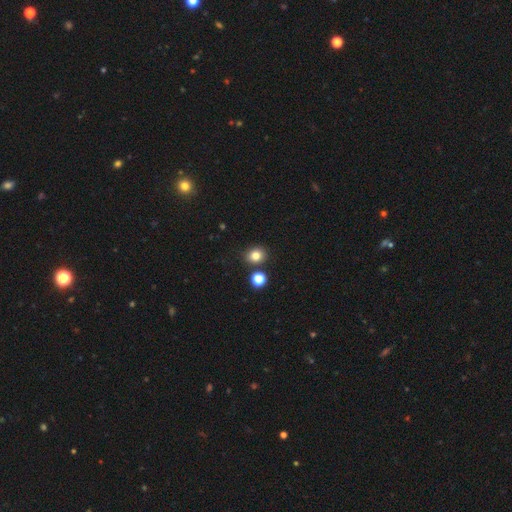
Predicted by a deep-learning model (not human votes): Smooth or featured: smooth — 80% (star or artifact — 14%)
How rounded: round — 72% (in between — 27%)
Merging: none — 83% (minor disturbance — 8%)